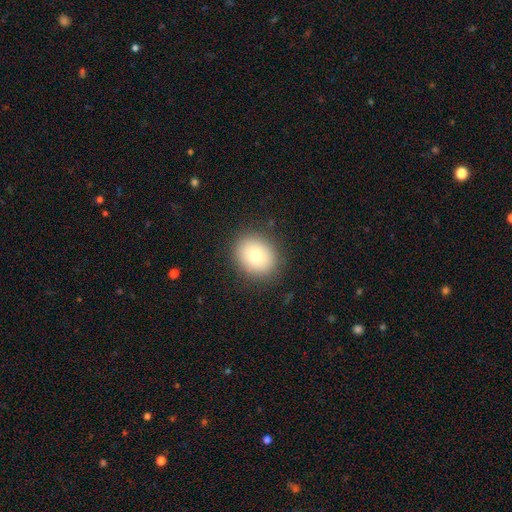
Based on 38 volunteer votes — smooth 82%, featured or disk 13%, star or artifact 5%. Down the decision tree: how rounded — in between (68%); merging — none (86%).